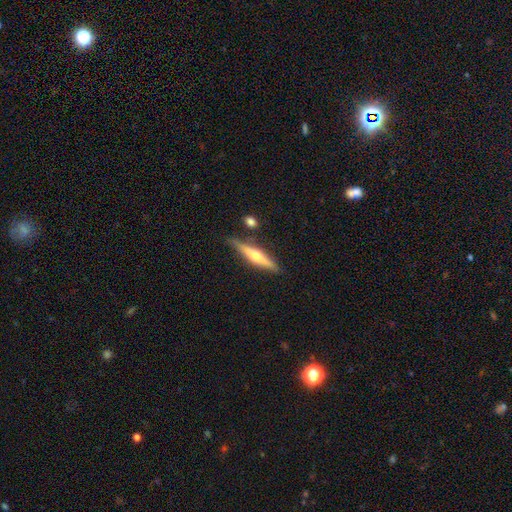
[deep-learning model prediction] Overall: featured or disk (65%; smooth 29%). Edge-on disk: yes (96%). Edge-on bulge: rounded (89%). Merging: none (81%).